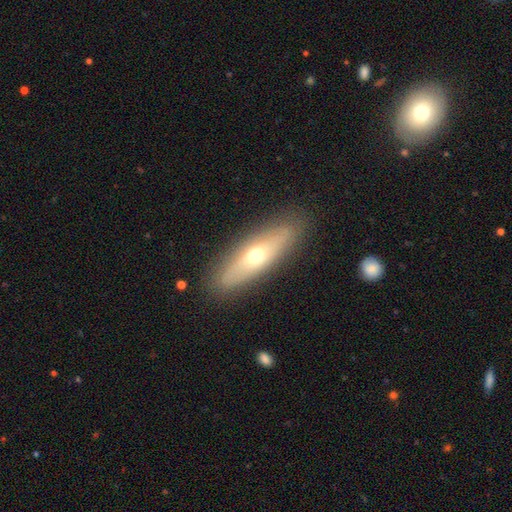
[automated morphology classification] type=smooth (48%); merging=none (87%).